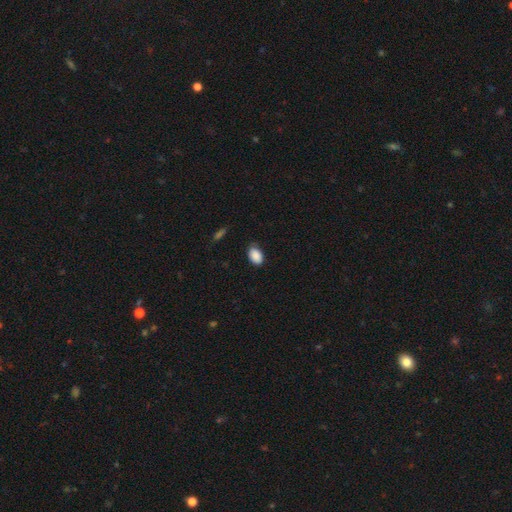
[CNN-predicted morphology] Smooth or featured?
  - smooth: 89% *
  - star or artifact: 7%
  - featured or disk: 4%
How rounded?
  - in between: 86% *
  - round: 13%
  - cigar-shaped: 1%
Merging?
  - none: 75% *
  - minor disturbance: 21%
  - major disturbance: 3%
  - merger: 1%